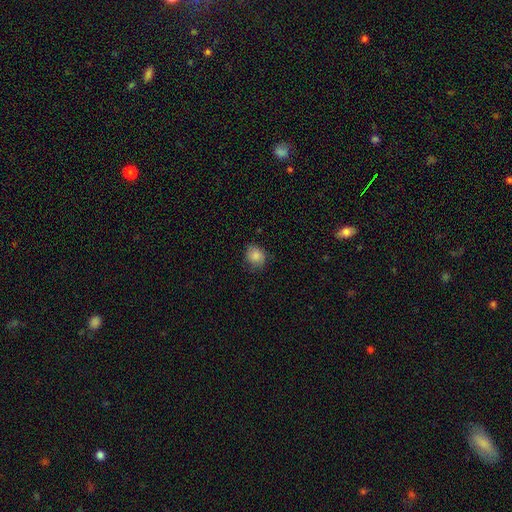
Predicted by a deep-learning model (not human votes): This is clearly a smooth galaxy (83%). How rounded: likely round (67%). Merging: likely none (71%).